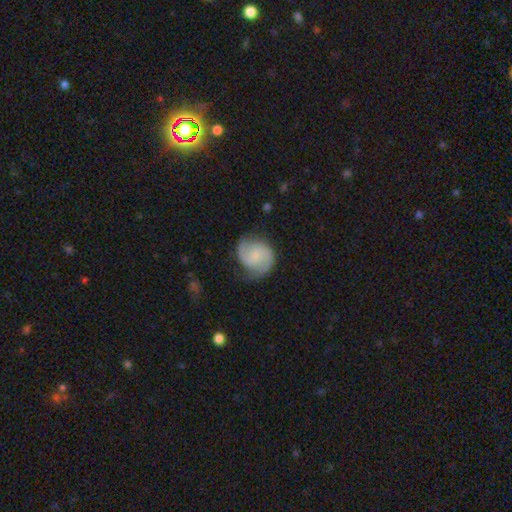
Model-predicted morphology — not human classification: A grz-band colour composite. It shows a featured or disk galaxy (70%) with no bar (63%), 2 (88%) medium (49%) spiral arms (95%) and a small central bulge (48%). Merging: none (68%).